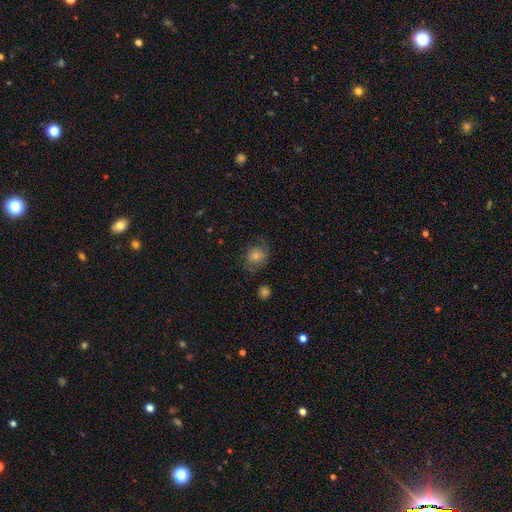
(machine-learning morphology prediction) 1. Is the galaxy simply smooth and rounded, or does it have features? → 51% smooth, 31% featured or disk, 18% star or artifact.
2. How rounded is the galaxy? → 76% round, 23% in between, 1% cigar-shaped.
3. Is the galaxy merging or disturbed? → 68% none, 19% minor disturbance, 11% major disturbance, 2% merger.